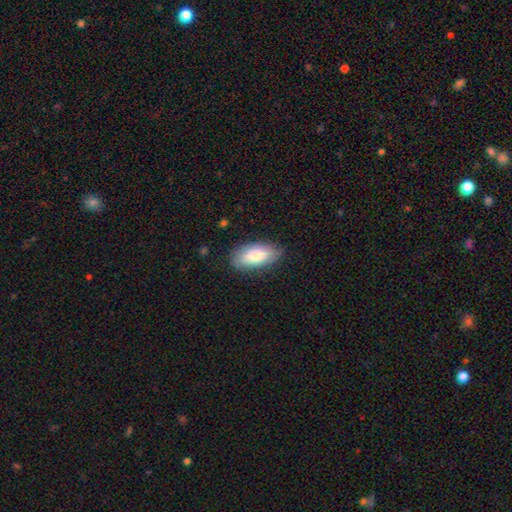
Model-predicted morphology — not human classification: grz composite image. It shows a smooth galaxy with no disk features (78%) that is in between round and cigar-shaped (91%). Merging: none (80%).